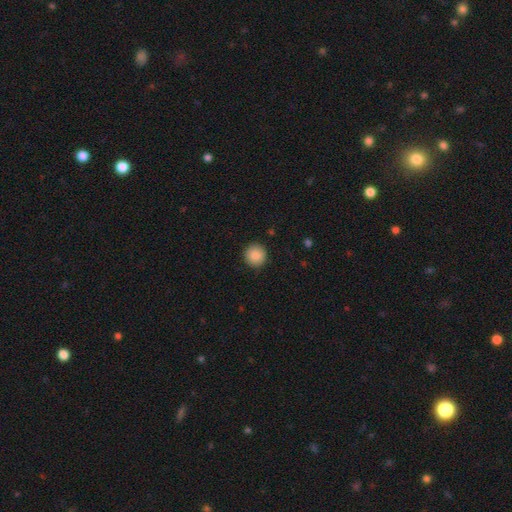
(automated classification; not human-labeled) Smooth or featured? smooth (87%)
How rounded? round (93%)
Merging? none (91%)